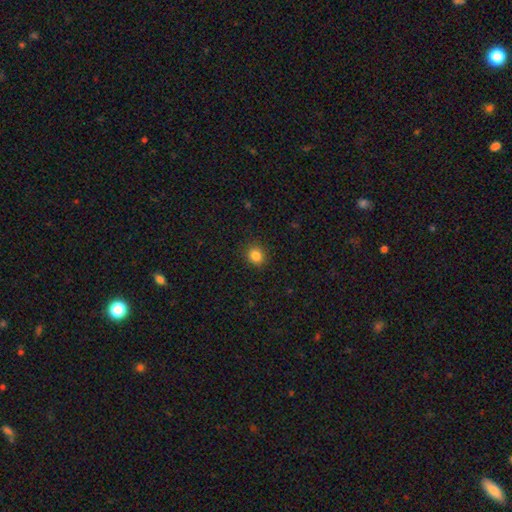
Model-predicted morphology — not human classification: Smooth or featured?
  - smooth: 85% *
  - star or artifact: 11%
  - featured or disk: 4%
How rounded?
  - round: 82% *
  - in between: 17%
  - cigar-shaped: 1%
Merging?
  - none: 91% *
  - minor disturbance: 6%
  - major disturbance: 2%
  - merger: 1%